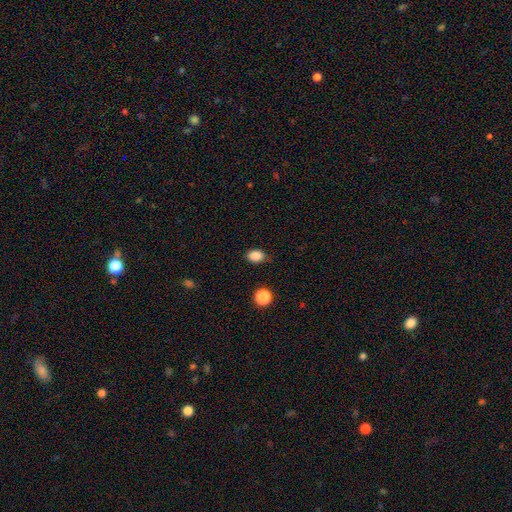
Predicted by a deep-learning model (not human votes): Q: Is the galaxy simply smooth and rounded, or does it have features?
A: smooth — 86%.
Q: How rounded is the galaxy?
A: in between — 67%.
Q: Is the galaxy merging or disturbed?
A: none — 78%.